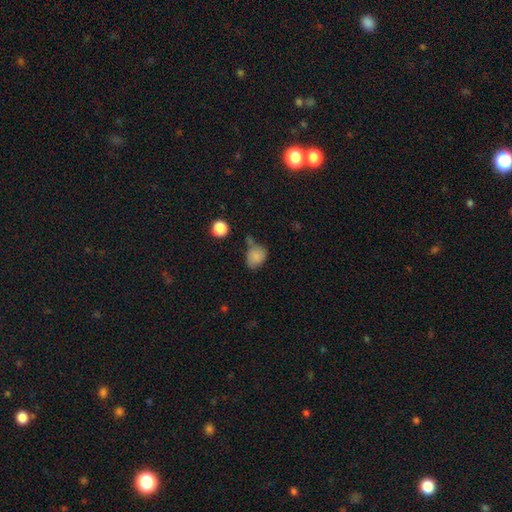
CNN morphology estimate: This is clearly a smooth galaxy (82%). How rounded: possibly round (49%, tied with in between). Merging: marginally none (45%).